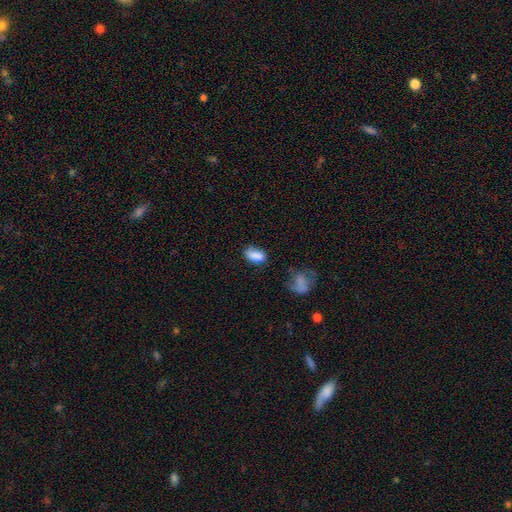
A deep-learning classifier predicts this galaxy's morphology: This appears to be a smooth galaxy with no disk features (86%) that is in between round and cigar-shaped (90%). Merging: none (66%).